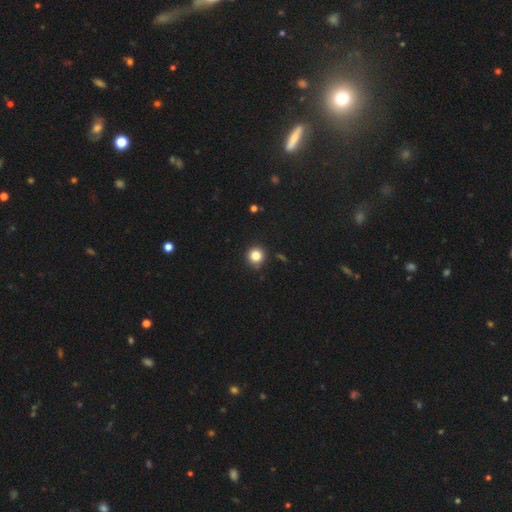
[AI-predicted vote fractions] Morphology: type=smooth (83%); roundness=round (94%); merging=none (89%).